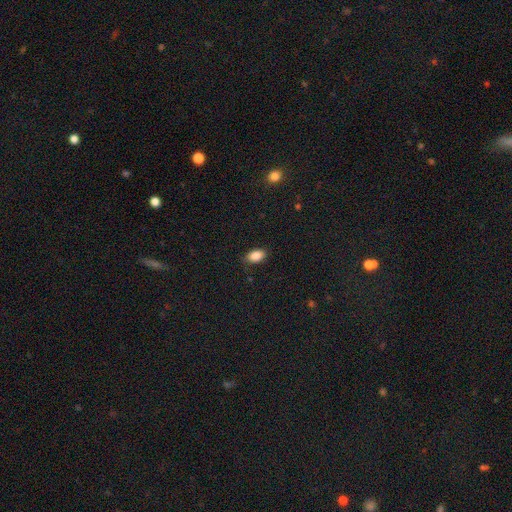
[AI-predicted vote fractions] Smooth or featured? smooth (87%)
How rounded? in between (91%)
Merging? none (84%)